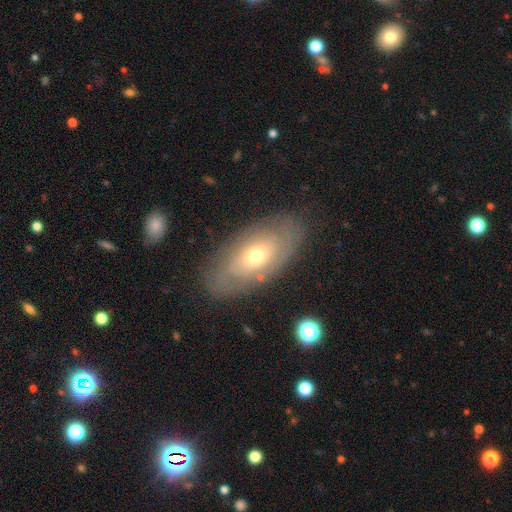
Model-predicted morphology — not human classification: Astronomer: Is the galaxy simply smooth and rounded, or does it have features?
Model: featured or disk — 49% (runner-up: smooth, 43%).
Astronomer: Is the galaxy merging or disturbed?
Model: none — 80%.